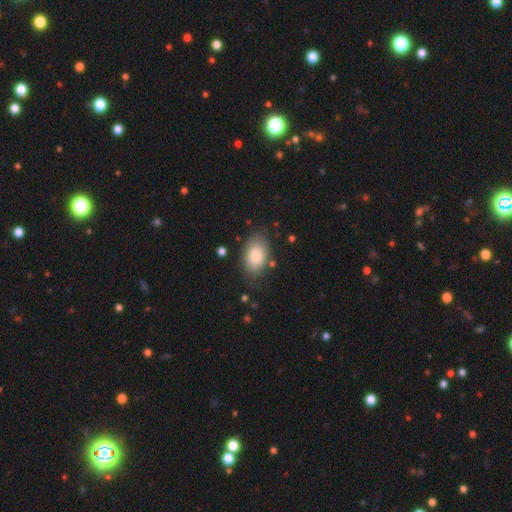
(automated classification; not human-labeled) smooth-or-featured: smooth: 81% | featured or disk: 12% | star or artifact: 7%
  how-rounded: in between: 89% | round: 9% | cigar-shaped: 1%
  merging: none: 79% | minor disturbance: 15% | major disturbance: 4% | merger: 3%